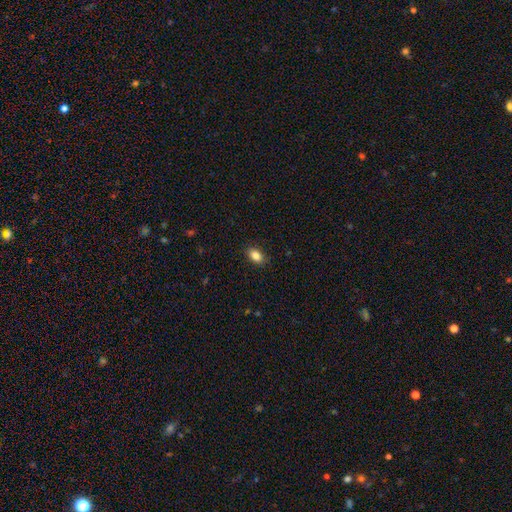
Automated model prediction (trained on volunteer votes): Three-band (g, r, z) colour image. It shows a smooth galaxy with no disk features (86%) that is in between round and cigar-shaped (85%). Merging: none (87%).